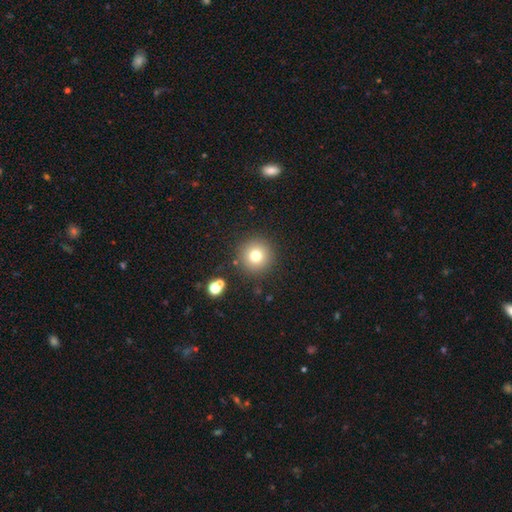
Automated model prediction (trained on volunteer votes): A smooth galaxy with no disk features (76%) that is round (96%). Merging: none (88%).